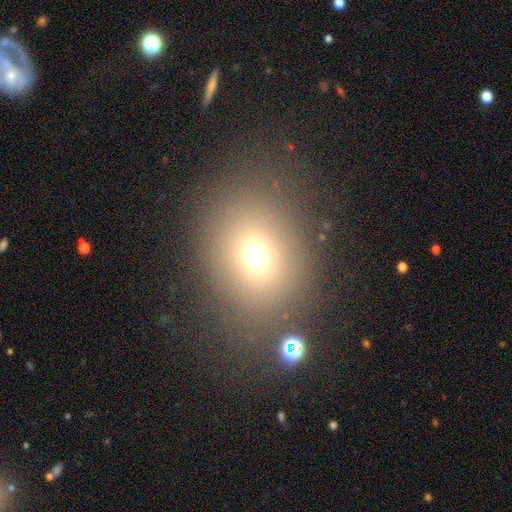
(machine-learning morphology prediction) smooth_or_featured: smooth (p=0.68) [alt: star or artifact p=0.22]
how_rounded: round (p=0.63) [alt: in between p=0.36]
merging: none (p=0.76) [alt: minor disturbance p=0.10]